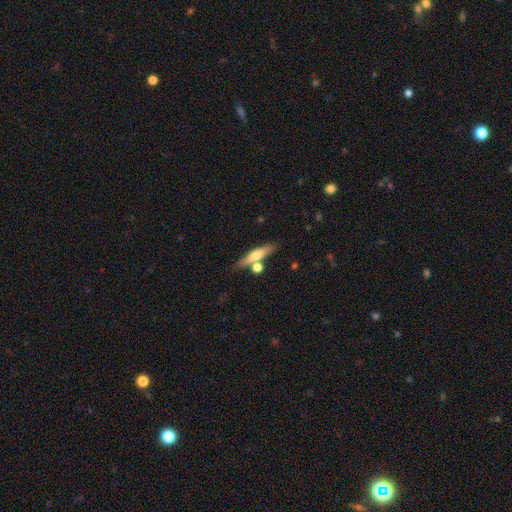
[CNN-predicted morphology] A smooth galaxy with no disk features (47%). Merging: none (70%).